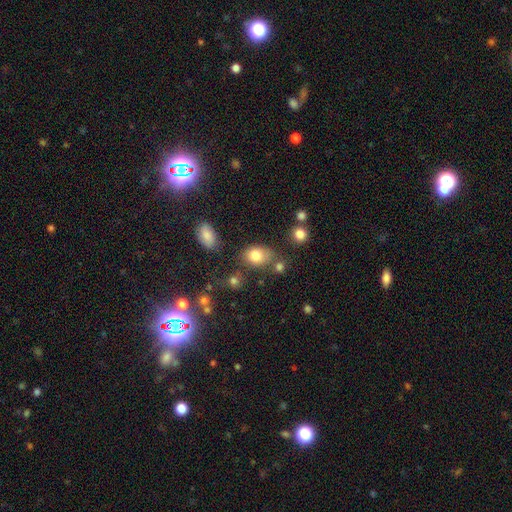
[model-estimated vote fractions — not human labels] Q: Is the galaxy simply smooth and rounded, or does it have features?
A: smooth — 81%.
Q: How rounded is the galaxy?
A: in between — 74%.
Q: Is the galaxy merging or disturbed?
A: none — 62%.